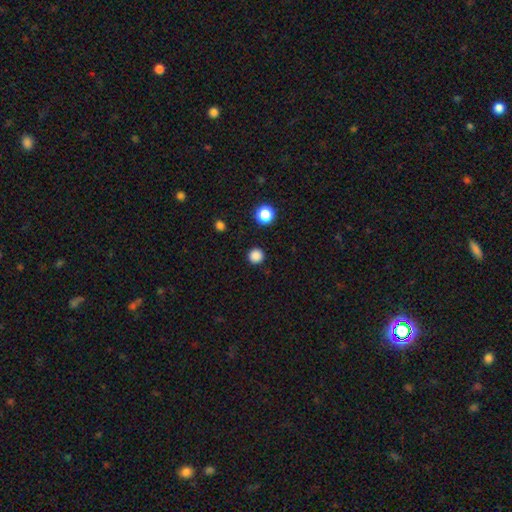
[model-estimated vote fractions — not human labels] Smooth or featured? Predicted: smooth (p=0.85). How rounded? Predicted: round (p=0.96). Merging? Predicted: none (p=0.91).